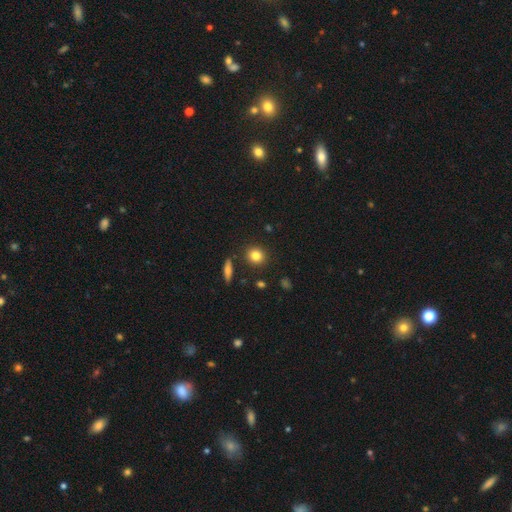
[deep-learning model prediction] Smooth or featured: smooth — 83% (star or artifact — 10%)
How rounded: round — 81% (in between — 18%)
Merging: none — 87% (minor disturbance — 8%)